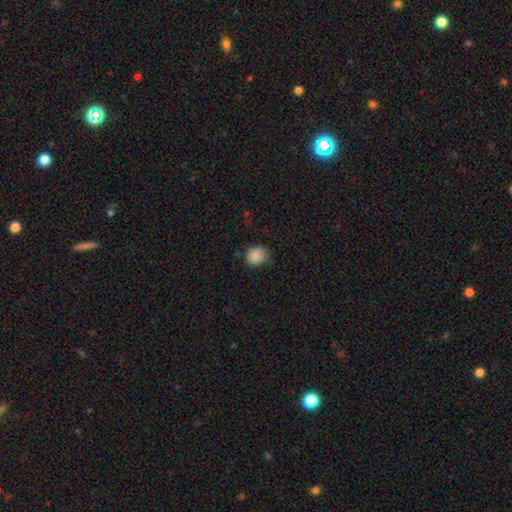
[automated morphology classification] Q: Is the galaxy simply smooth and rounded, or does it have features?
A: smooth — 87%.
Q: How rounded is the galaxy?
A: round — 71%.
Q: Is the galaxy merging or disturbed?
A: none — 70%.